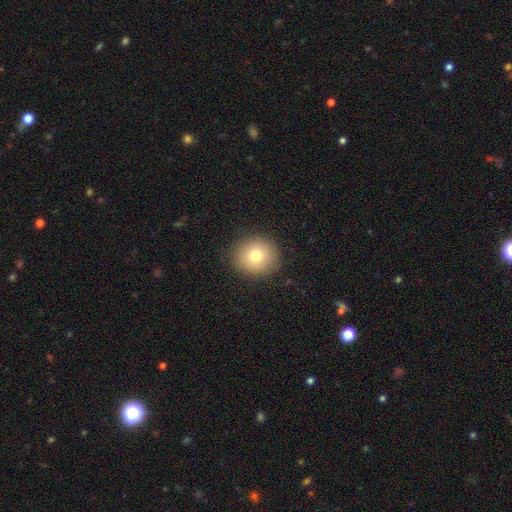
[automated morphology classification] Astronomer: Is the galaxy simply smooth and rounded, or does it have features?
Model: smooth — 77%.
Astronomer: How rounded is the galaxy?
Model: round — 89%.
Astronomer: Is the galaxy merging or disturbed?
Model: none — 90%.